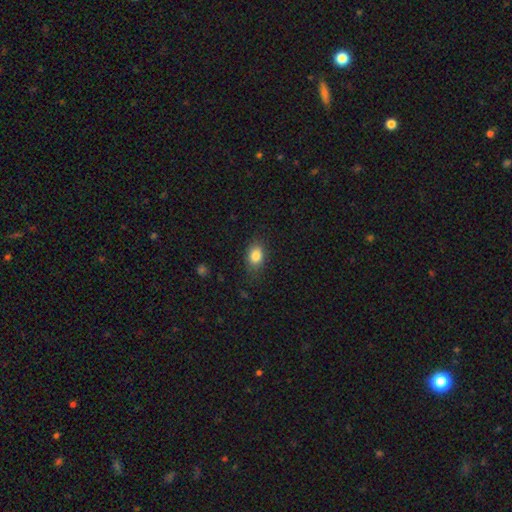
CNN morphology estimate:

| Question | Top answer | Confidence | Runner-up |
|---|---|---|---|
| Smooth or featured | smooth | 83% | star or artifact (9%) |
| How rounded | in between | 74% | round (24%) |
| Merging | none | 81% | minor disturbance (14%) |